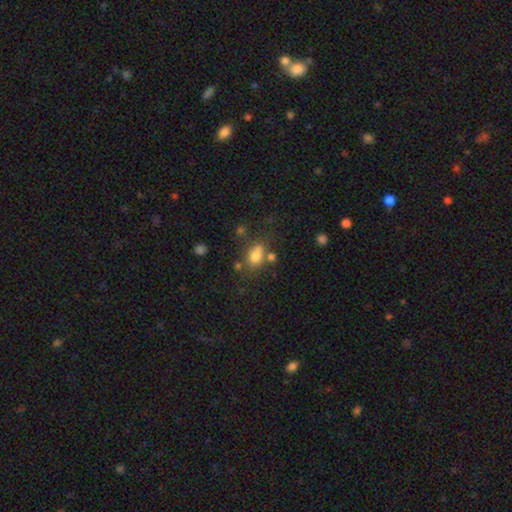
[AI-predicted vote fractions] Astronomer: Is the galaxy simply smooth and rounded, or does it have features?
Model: smooth — 76%.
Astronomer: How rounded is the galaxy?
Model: in between — 71%.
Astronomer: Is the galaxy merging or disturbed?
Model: none — 51%.